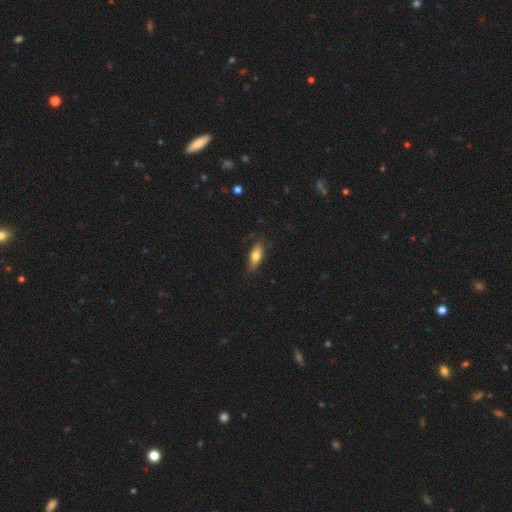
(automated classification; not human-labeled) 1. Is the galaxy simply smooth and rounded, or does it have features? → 70% smooth, 23% featured or disk, 7% star or artifact.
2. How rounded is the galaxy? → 66% in between, 31% cigar-shaped, 3% round.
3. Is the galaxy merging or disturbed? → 75% none, 19% minor disturbance, 5% major disturbance, 1% merger.